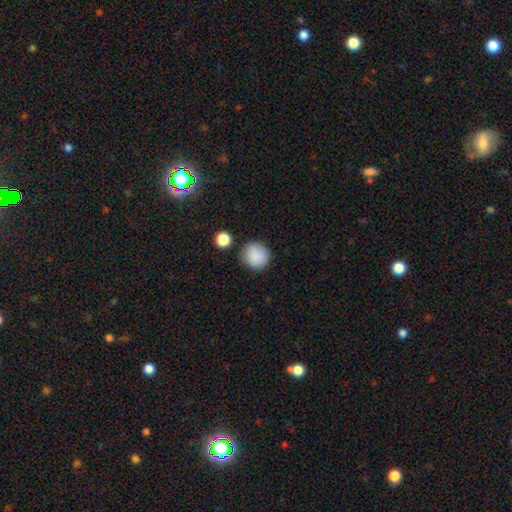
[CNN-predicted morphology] Smooth or featured? smooth (88%)
How rounded? round (92%)
Merging? none (84%)